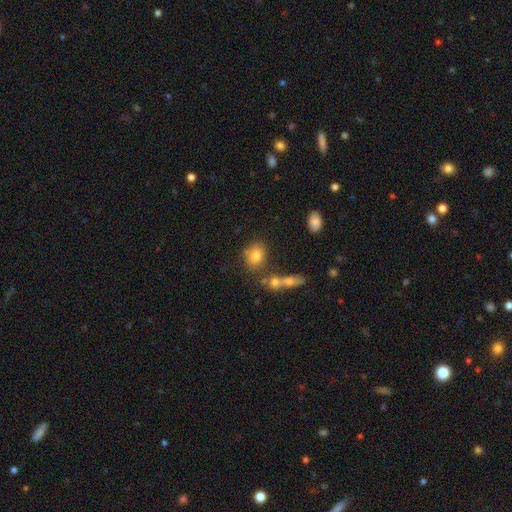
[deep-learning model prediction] The model was most divided on "how rounded": in between: 56%, round: 42%, cigar-shaped: 2%. More confident: smooth or featured — smooth (77%); merging — none (64%).